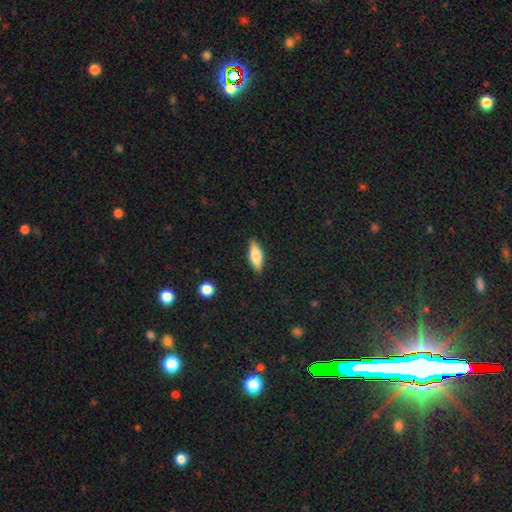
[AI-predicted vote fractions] smooth-or-featured: smooth: 70% | featured or disk: 24% | star or artifact: 6%
  how-rounded: in between: 66% | cigar-shaped: 31% | round: 3%
  merging: none: 87% | minor disturbance: 9% | major disturbance: 2% | merger: 1%